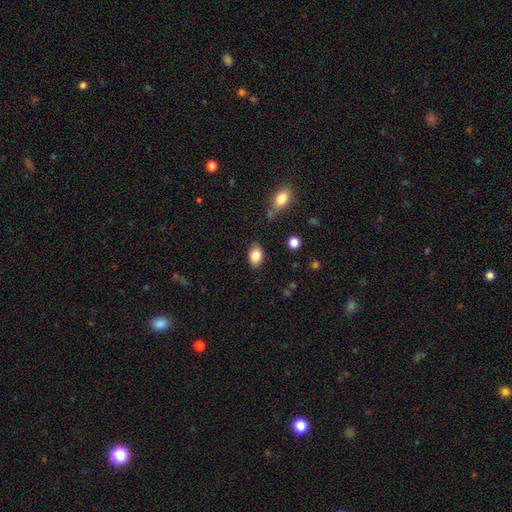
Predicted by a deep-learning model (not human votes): Morphology: type=smooth (85%); roundness=in between (86%); merging=none (83%).